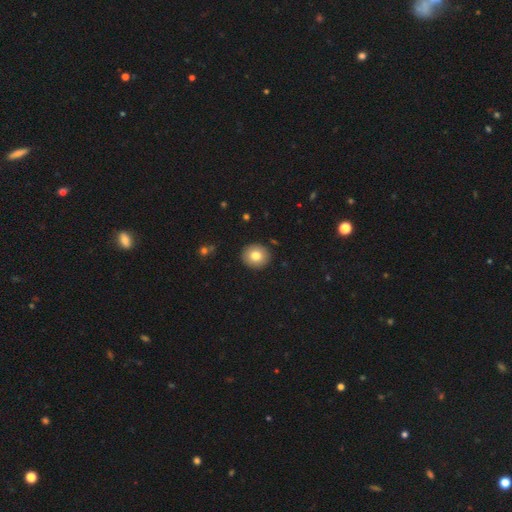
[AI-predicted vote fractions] smooth 79%, featured or disk 12%, star or artifact 9%. Down the decision tree: how rounded — round (86%); merging — none (92%).